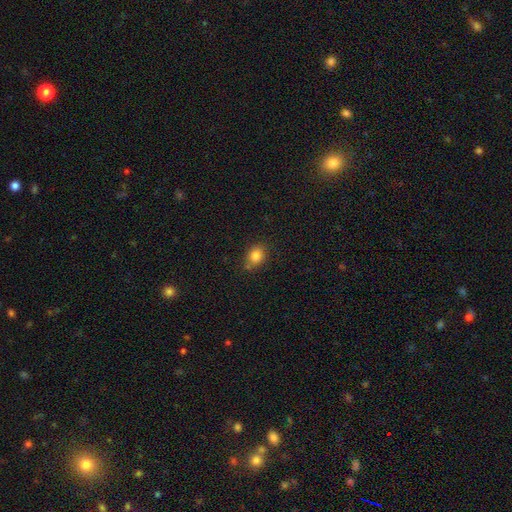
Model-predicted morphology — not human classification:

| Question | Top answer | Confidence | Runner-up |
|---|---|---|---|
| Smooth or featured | smooth | 83% | star or artifact (11%) |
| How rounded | round | 55% | in between (44%) |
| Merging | none | 74% | minor disturbance (17%) |